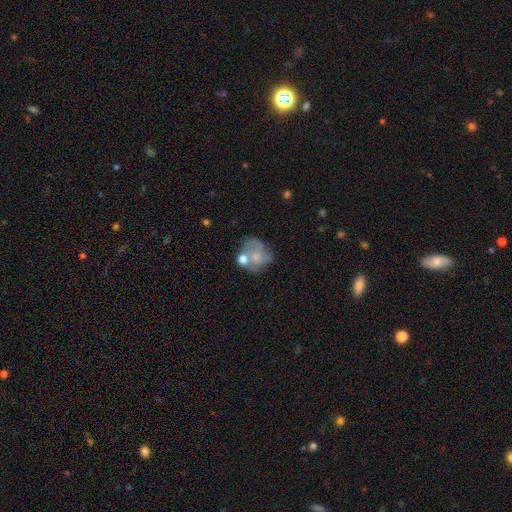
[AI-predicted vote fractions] Q: Smooth or featured?
A: featured or disk (51%); runner-up: smooth (39%)
Q: Edge-on disk?
A: no (98%); runner-up: yes (2%)
Q: Merging?
A: none (39%); runner-up: minor disturbance (21%)